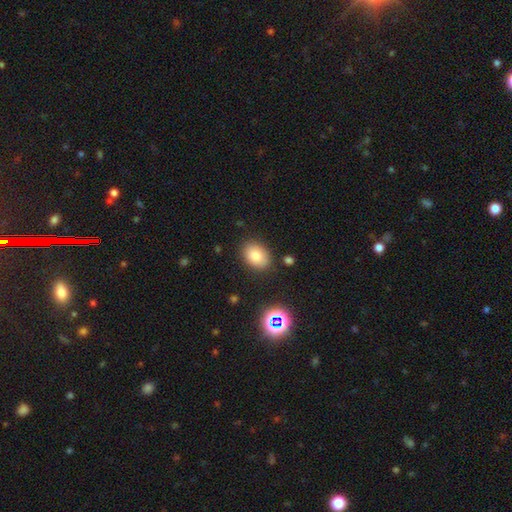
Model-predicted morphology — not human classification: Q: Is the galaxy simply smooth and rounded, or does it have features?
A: smooth — 81%.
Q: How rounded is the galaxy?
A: in between — 73%.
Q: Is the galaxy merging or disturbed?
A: none — 86%.